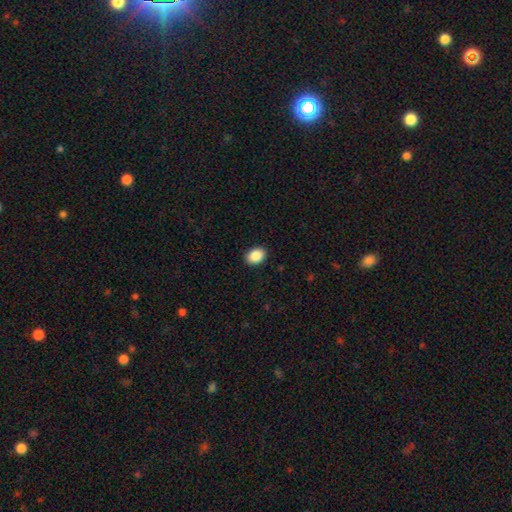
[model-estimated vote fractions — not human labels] Smooth or featured? Predicted: smooth (p=0.88). How rounded? Predicted: in between (p=0.69). Merging? Predicted: none (p=0.91).